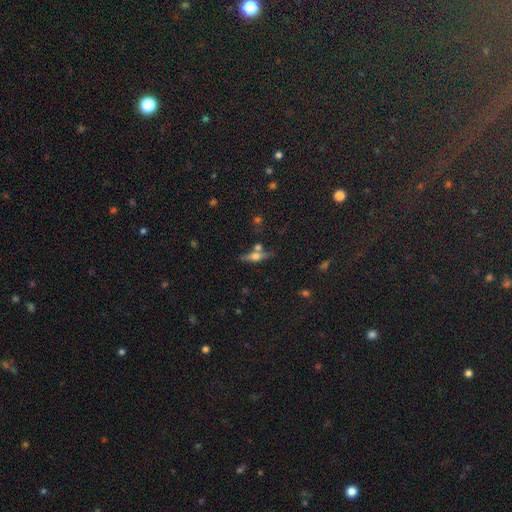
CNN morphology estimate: Q: Smooth or featured?
A: featured or disk (54%); runner-up: smooth (36%)
Q: Edge-on disk?
A: yes (90%); runner-up: no (10%)
Q: Merging?
A: none (67%); runner-up: merger (16%)